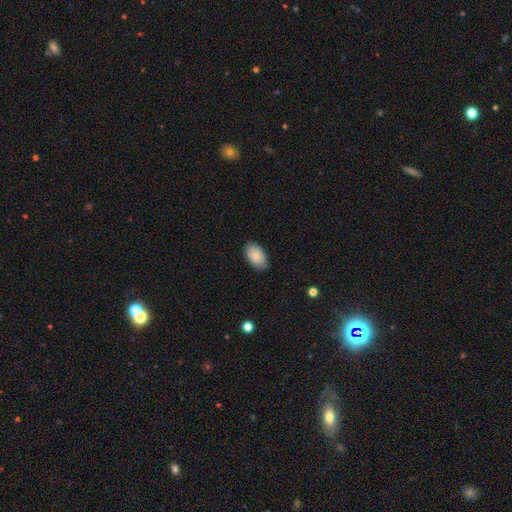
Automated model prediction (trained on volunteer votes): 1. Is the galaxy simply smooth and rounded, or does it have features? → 84% smooth, 10% featured or disk, 6% star or artifact.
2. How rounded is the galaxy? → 93% in between, 6% round, 1% cigar-shaped.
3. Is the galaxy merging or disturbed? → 85% none, 12% minor disturbance, 2% major disturbance, 1% merger.